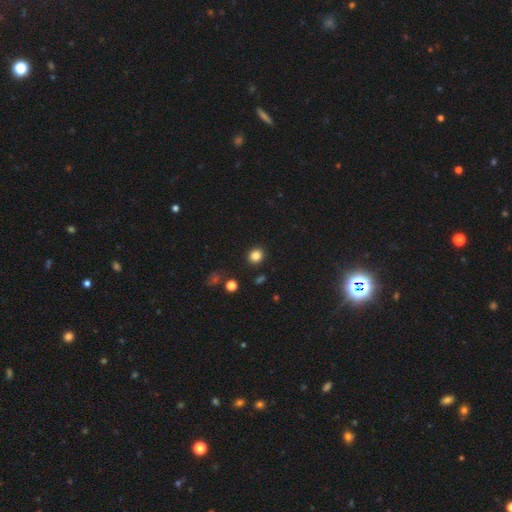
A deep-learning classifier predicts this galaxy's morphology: Smooth or featured? Predicted: smooth (p=0.83). How rounded? Predicted: round (p=0.83). Merging? Predicted: none (p=0.90).